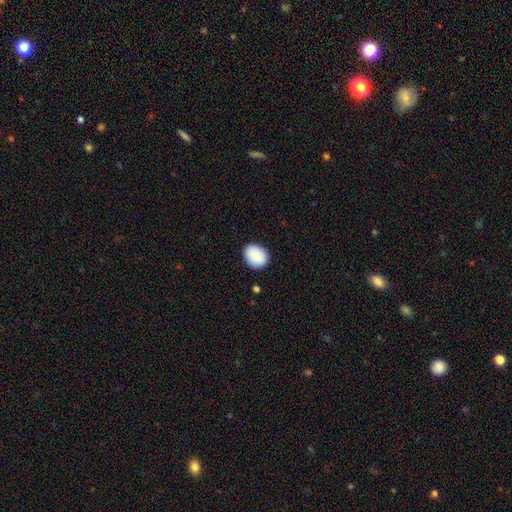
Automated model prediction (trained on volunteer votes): Smooth or featured: smooth — 89% (star or artifact — 7%)
How rounded: in between — 59% (round — 40%)
Merging: none — 87% (minor disturbance — 10%)